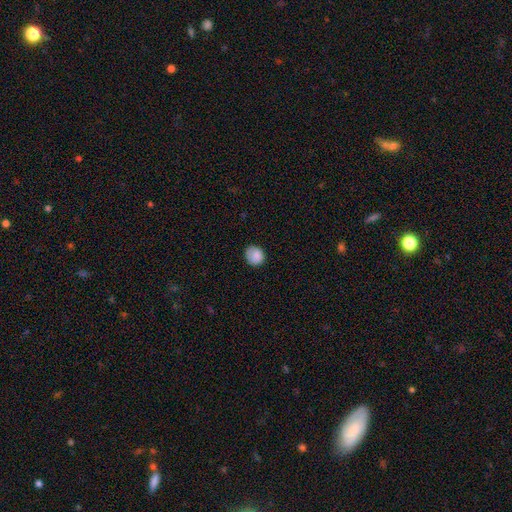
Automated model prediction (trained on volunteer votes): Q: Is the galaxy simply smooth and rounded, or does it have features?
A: smooth — 84%.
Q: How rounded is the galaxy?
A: round — 74%.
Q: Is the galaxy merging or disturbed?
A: none — 76%.